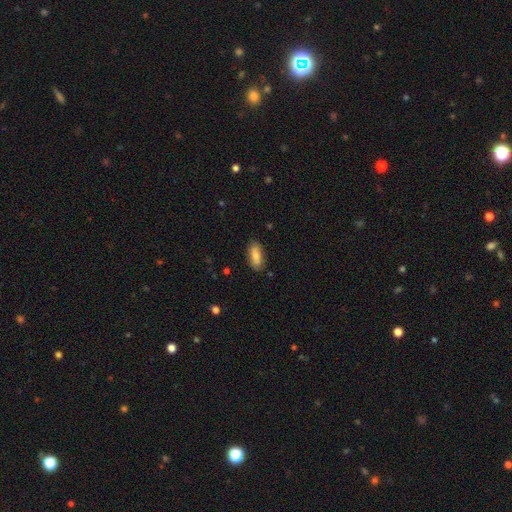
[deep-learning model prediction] smooth_or_featured: smooth (p=0.82) [alt: featured or disk p=0.11]
how_rounded: in between (p=0.80) [alt: cigar-shaped p=0.18]
merging: none (p=0.84) [alt: minor disturbance p=0.13]